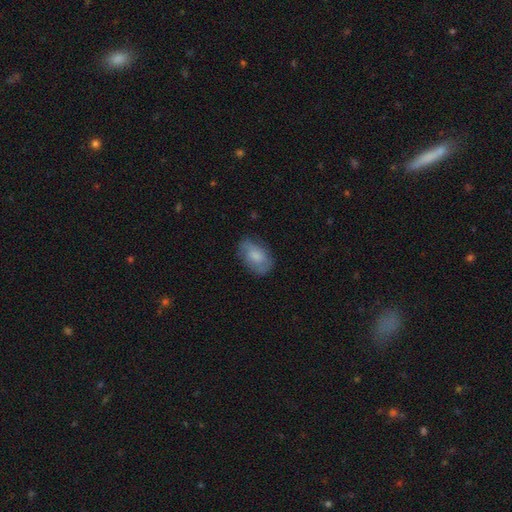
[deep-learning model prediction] This appears to be a smooth galaxy with no disk features (65%) that is in between round and cigar-shaped (89%). Merging: none (69%).